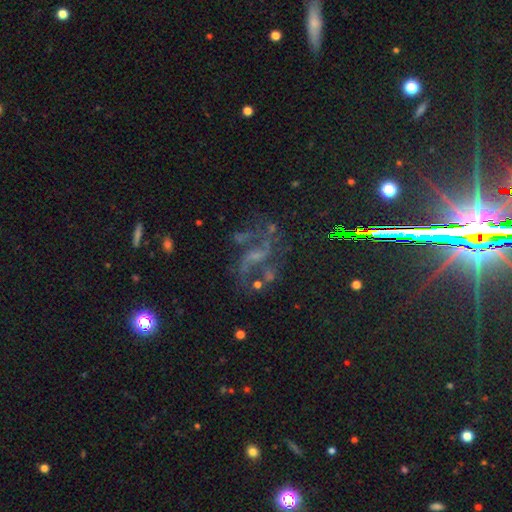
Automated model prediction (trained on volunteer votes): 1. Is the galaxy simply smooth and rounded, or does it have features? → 66% featured or disk, 23% star or artifact, 10% smooth.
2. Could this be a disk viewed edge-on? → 95% no, 5% yes.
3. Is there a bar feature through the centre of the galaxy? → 42% weak, 37% no, 21% strong.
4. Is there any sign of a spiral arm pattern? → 82% yes, 18% no.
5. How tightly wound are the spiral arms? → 57% loose, 34% medium, 9% tight.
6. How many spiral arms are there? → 77% 2, 11% can't tell, 4% 1, 4% 3, 2% 4, 2% more than 4.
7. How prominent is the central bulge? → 39% small, 36% none, 20% moderate, 3% large, 2% dominant.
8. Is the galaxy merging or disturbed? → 50% none, 24% major disturbance, 17% minor disturbance, 8% merger.